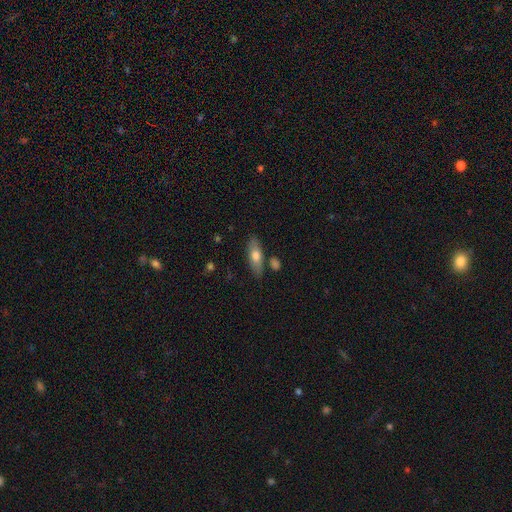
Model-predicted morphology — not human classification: A smooth galaxy with no disk features (66%) that is in between round and cigar-shaped (65%). Merging: none (79%).